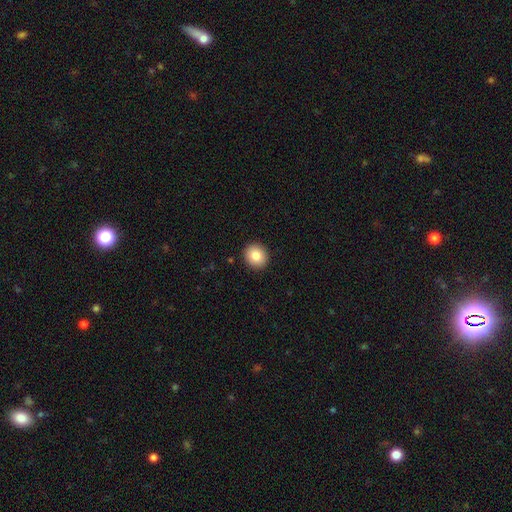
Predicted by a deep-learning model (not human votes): Smooth or featured? smooth (83%)
How rounded? round (83%)
Merging? none (92%)